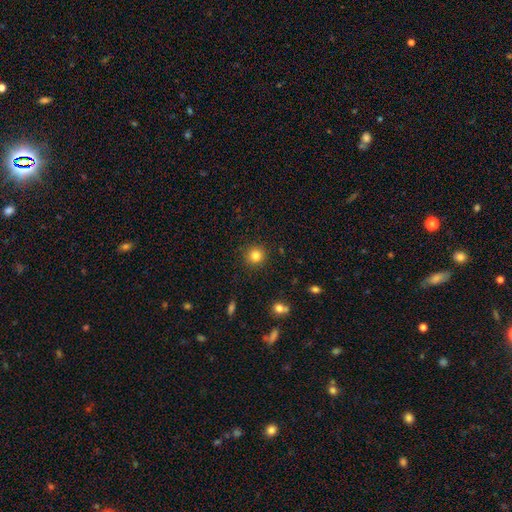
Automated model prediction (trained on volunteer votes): The model was most divided on "smooth or featured": smooth: 82%, star or artifact: 12%, featured or disk: 6%. More confident: how rounded — round (93%); merging — none (91%).